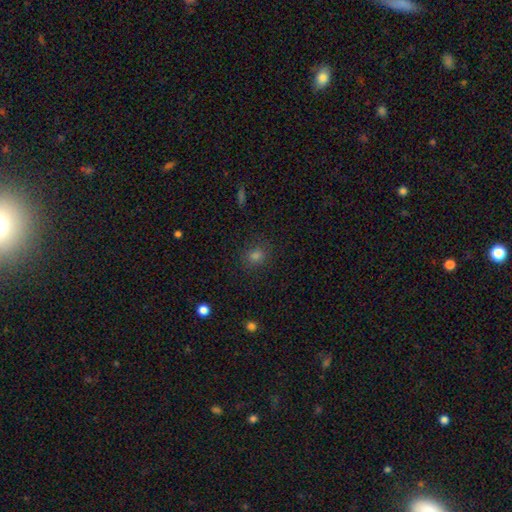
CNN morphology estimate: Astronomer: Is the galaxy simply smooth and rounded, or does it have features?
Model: smooth — 75%.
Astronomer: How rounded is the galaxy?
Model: round — 76%.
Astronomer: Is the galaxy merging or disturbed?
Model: none — 86%.